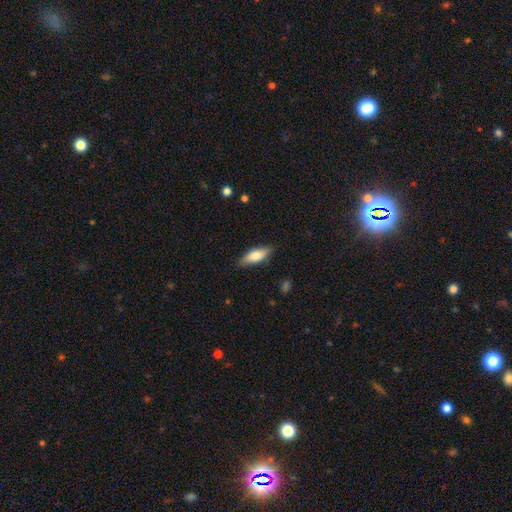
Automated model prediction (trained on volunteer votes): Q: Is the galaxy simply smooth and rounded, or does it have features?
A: smooth — 75%.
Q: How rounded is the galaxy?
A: in between — 66%.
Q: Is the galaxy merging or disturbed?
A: none — 84%.